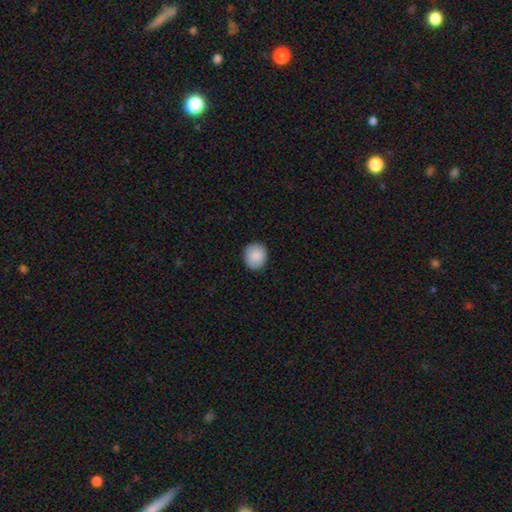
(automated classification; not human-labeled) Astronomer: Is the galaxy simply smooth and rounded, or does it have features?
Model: smooth — 88%.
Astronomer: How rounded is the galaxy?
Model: round — 86%.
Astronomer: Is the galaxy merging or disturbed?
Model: none — 90%.